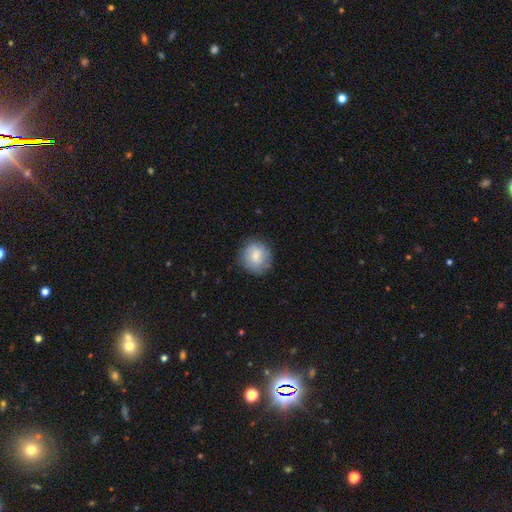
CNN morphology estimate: Overall: smooth (67%). How rounded: round (85%). Merging: none (77%).